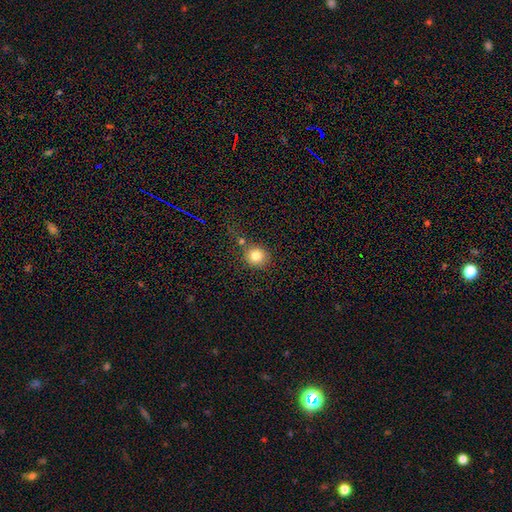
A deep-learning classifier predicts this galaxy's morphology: Smooth or featured? Predicted: smooth (p=0.80). How rounded? Predicted: round (p=0.88). Merging? Predicted: none (p=0.67).